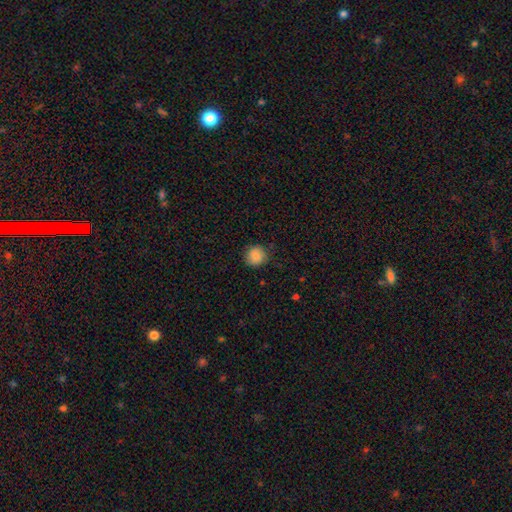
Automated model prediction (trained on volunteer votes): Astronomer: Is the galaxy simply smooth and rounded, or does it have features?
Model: smooth — 86%.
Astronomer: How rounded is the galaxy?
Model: round — 90%.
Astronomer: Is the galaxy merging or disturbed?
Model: none — 85%.